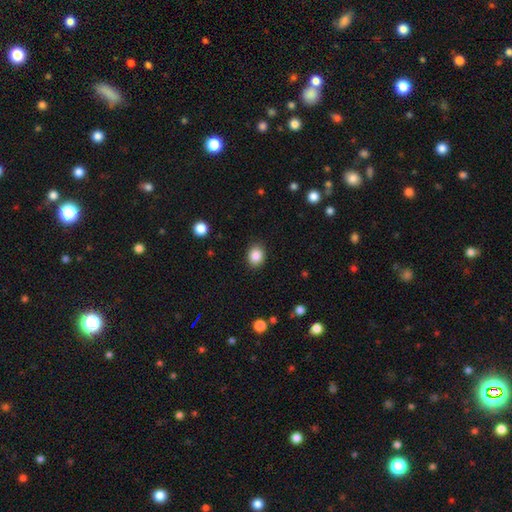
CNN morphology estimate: Q: Smooth or featured?
A: smooth (87%); runner-up: star or artifact (9%)
Q: How rounded?
A: round (51%); runner-up: in between (48%)
Q: Merging?
A: none (88%); runner-up: minor disturbance (8%)